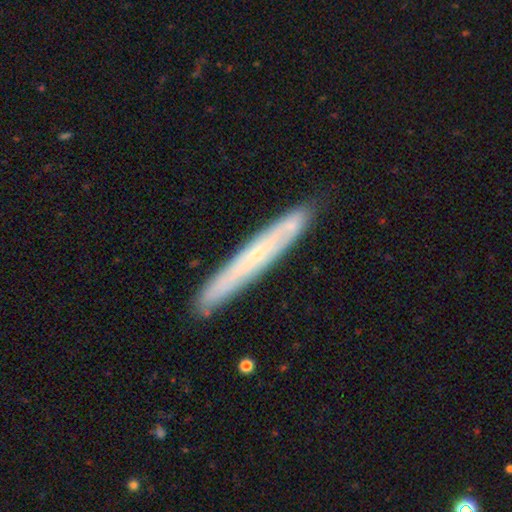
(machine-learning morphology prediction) type=featured or disk (57%); edge-on=yes (83%); merging=none (87%).